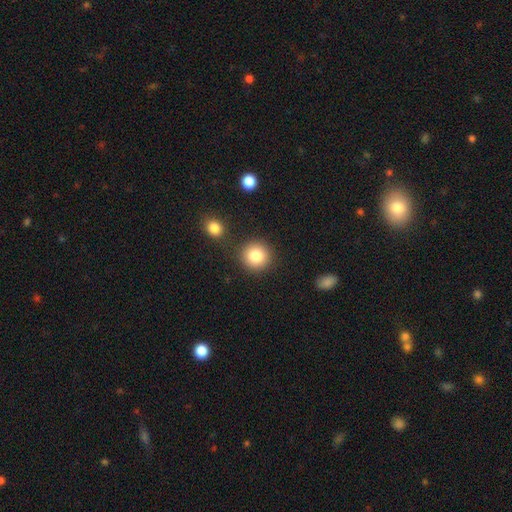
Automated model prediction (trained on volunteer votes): smooth-or-featured: smooth: 83% | star or artifact: 10% | featured or disk: 7%
  how-rounded: round: 92% | in between: 7% | cigar-shaped: 1%
  merging: none: 84% | minor disturbance: 7% | merger: 7% | major disturbance: 3%